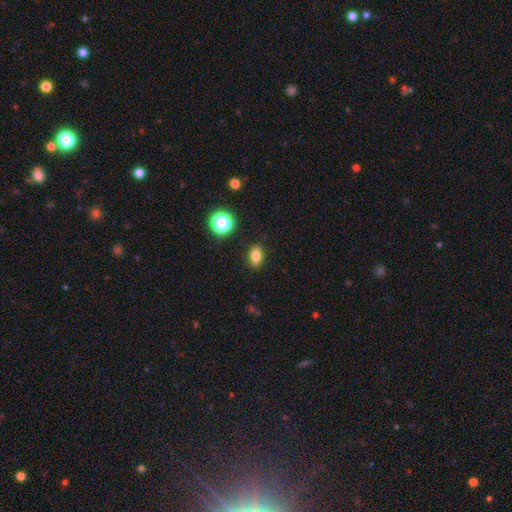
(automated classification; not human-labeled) smooth_or_featured: smooth (p=0.80) [alt: star or artifact p=0.12]
how_rounded: in between (p=0.77) [alt: round p=0.20]
merging: none (p=0.88) [alt: minor disturbance p=0.09]